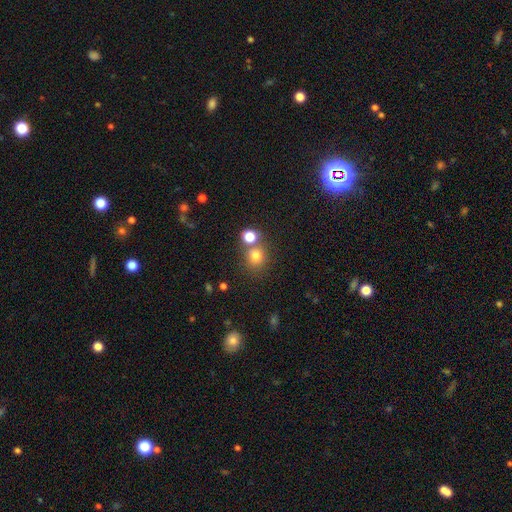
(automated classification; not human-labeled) Smooth or featured? smooth (77%)
How rounded? round (85%)
Merging? none (62%)